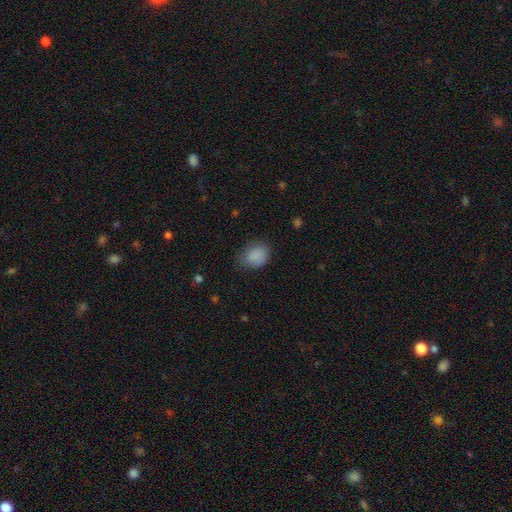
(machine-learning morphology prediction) smooth 86%, star or artifact 8%, featured or disk 6%. Down the decision tree: how rounded — in between (60%); merging — none (69%).